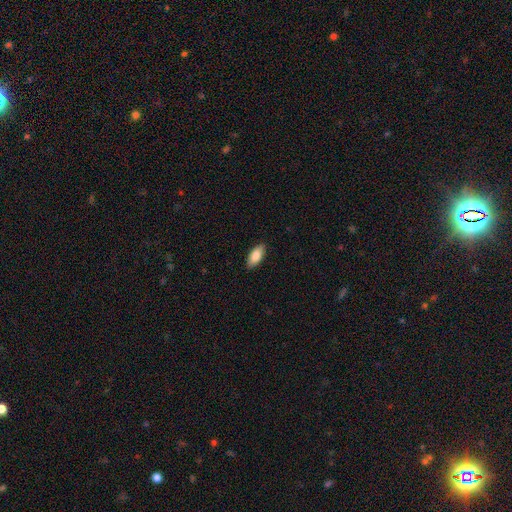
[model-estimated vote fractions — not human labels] Q: Smooth or featured?
A: smooth (86%); runner-up: featured or disk (8%)
Q: How rounded?
A: in between (87%); runner-up: cigar-shaped (11%)
Q: Merging?
A: none (88%); runner-up: minor disturbance (9%)